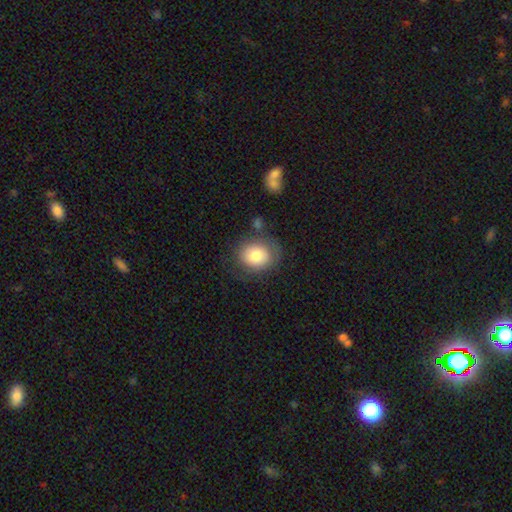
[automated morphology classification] The model was most divided on "how rounded": round: 63%, in between: 36%, cigar-shaped: 1%. More confident: smooth or featured — smooth (77%); merging — none (70%).